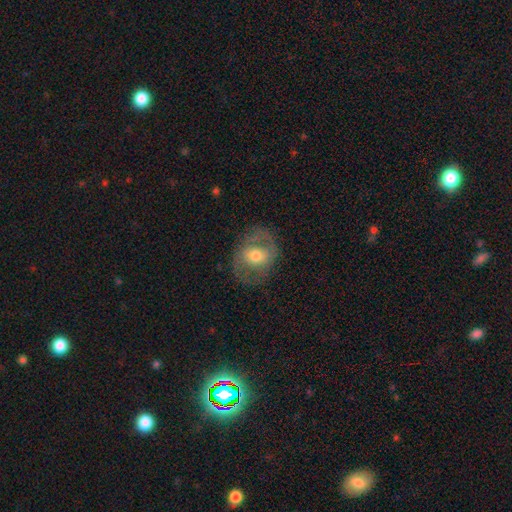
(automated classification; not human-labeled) Smooth or featured? Predicted: featured or disk (p=0.58). Edge-on disk? Predicted: no (p=0.95). Bar? Predicted: no (p=0.46). Spiral arms? Predicted: yes (p=0.58). Bulge size? Predicted: moderate (p=0.67). Merging? Predicted: none (p=0.75).